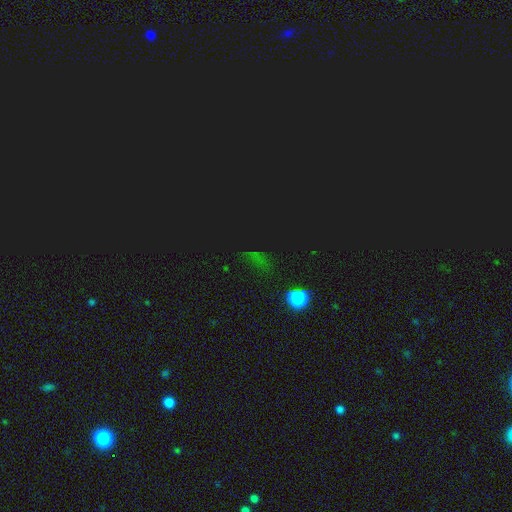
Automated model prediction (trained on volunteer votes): A star or artifact, not a galaxy (71%).